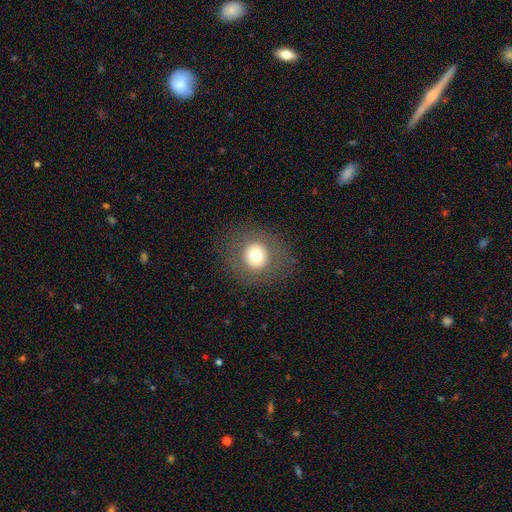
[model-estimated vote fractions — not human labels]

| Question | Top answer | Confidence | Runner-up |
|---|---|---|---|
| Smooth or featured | smooth | 68% | featured or disk (20%) |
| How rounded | round | 92% | in between (7%) |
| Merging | none | 86% | minor disturbance (7%) |